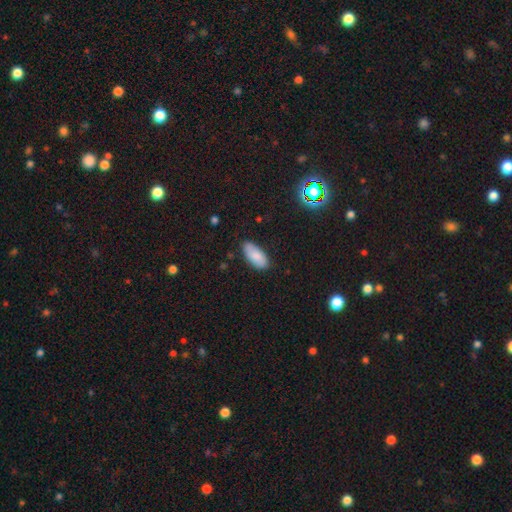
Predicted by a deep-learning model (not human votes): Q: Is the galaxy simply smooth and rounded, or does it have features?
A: smooth — 86%.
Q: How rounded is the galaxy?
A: in between — 91%.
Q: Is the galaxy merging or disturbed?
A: none — 84%.